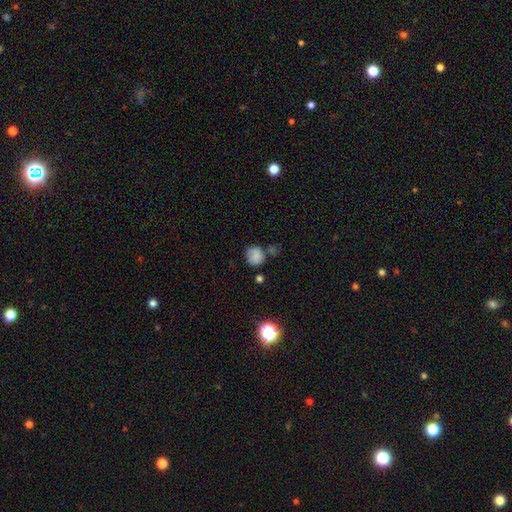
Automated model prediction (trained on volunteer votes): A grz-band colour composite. It shows a smooth galaxy with no disk features (78%) that is round (81%). Merging: none (57%).